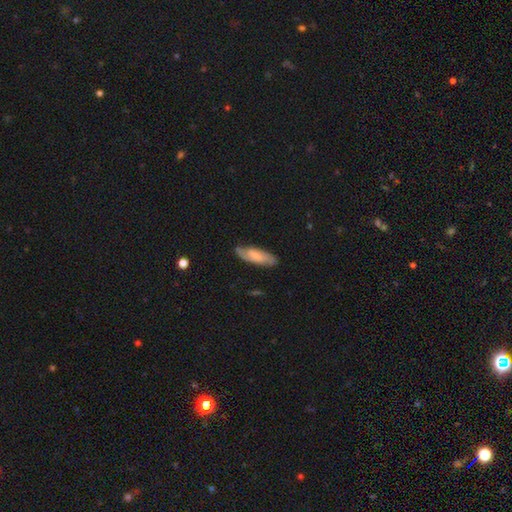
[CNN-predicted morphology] Smooth or featured?
  - featured or disk: 52% *
  - smooth: 42%
  - star or artifact: 6%
Edge-on disk?
  - no: 83% *
  - yes: 17%
Merging?
  - none: 76% *
  - minor disturbance: 18%
  - major disturbance: 5%
  - merger: 2%